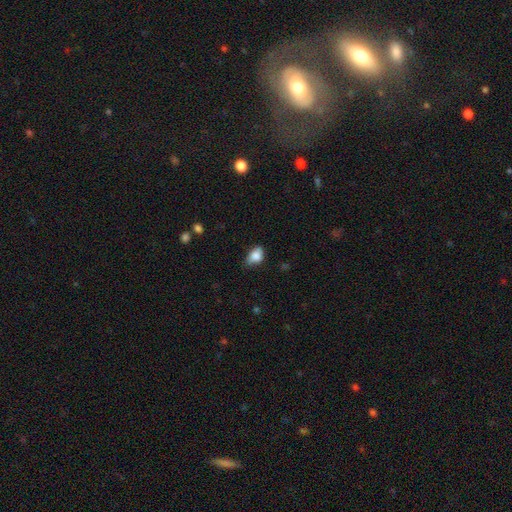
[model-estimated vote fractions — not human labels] This is clearly a smooth galaxy (82%). How rounded: clearly in between (81%). Merging: possibly none (54%).